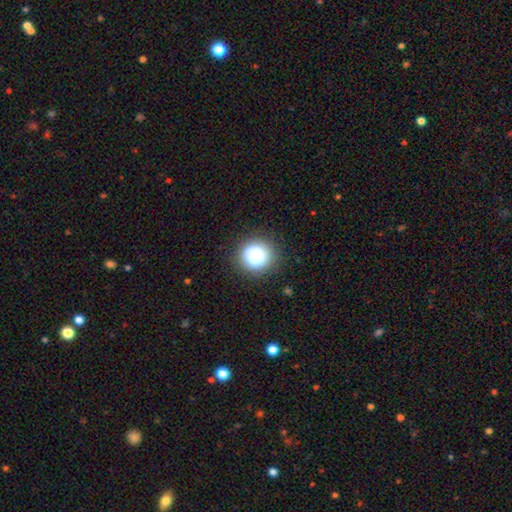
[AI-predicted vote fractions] This appears to be a smooth galaxy with no disk features (79%) that is round (94%). Merging: none (86%).